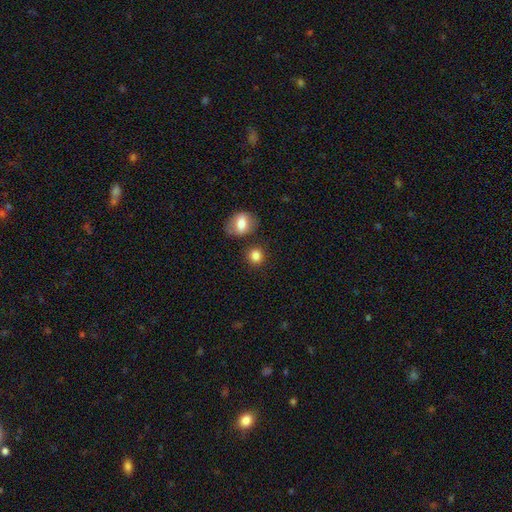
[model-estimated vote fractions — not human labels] Smooth or featured? smooth (83%)
How rounded? round (83%)
Merging? none (77%)